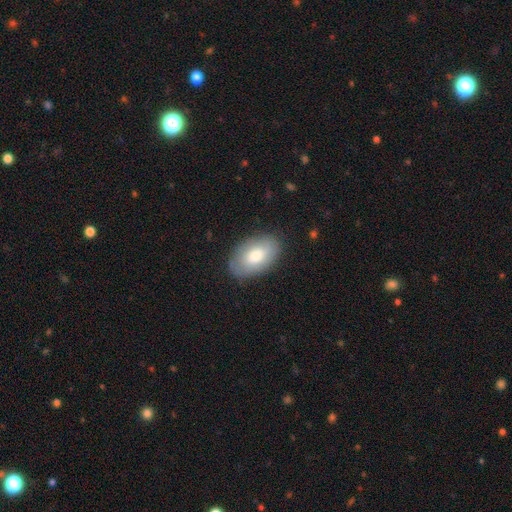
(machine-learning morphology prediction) type=smooth (72%); roundness=in between (93%); merging=none (83%).